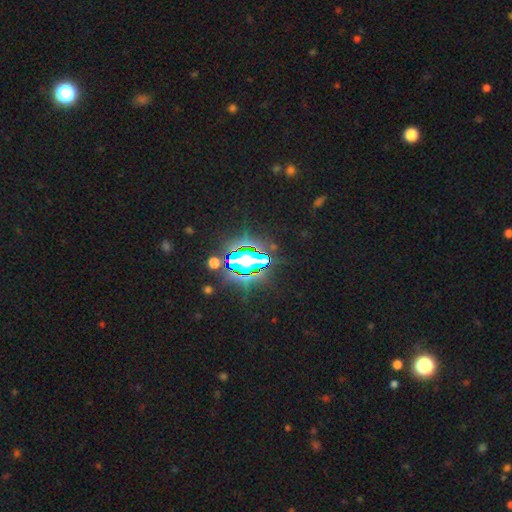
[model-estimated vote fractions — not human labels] Q: Smooth or featured?
A: star or artifact (84%); runner-up: smooth (9%)